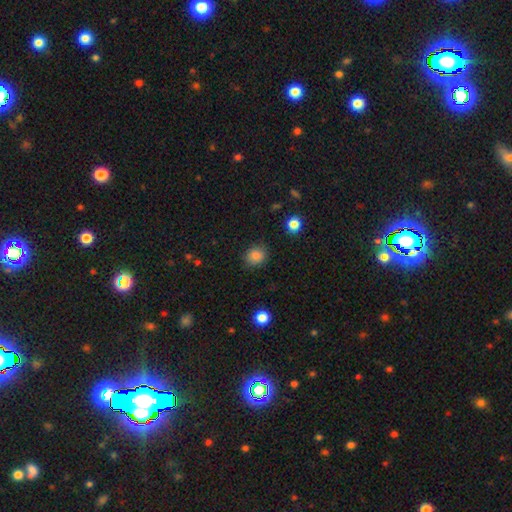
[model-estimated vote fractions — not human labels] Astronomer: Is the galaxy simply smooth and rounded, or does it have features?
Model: smooth — 85%.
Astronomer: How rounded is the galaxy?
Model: round — 78%.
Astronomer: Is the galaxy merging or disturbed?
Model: none — 87%.